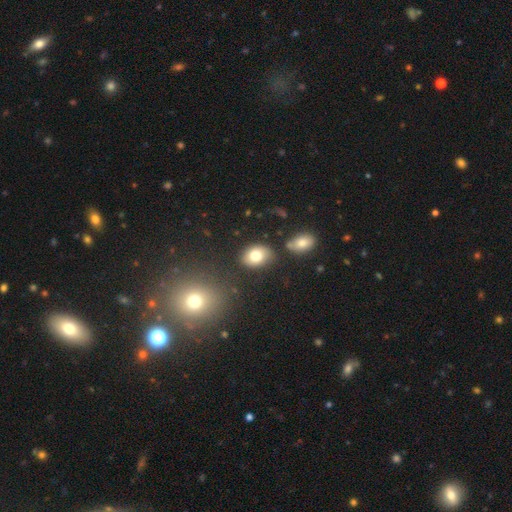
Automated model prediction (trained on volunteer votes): Smooth or featured: smooth — 78% (featured or disk — 13%)
How rounded: in between — 72% (round — 27%)
Merging: none — 78% (minor disturbance — 13%)